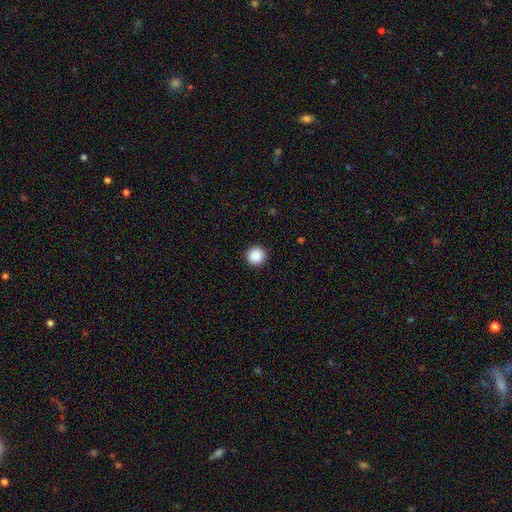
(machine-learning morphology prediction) Overall: smooth (89%). How rounded: round (96%). Merging: none (93%).